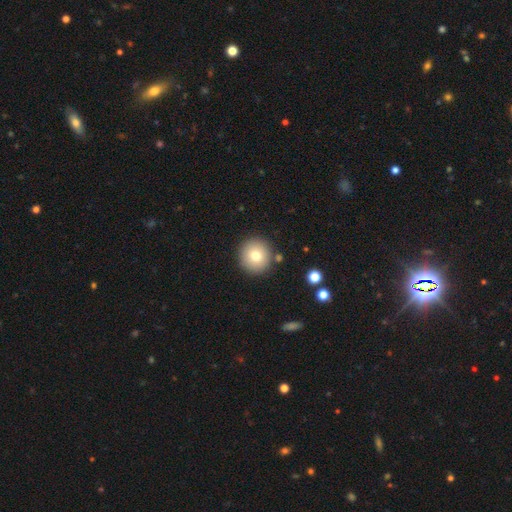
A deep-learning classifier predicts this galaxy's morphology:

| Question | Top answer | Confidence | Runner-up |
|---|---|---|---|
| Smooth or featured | smooth | 76% | featured or disk (13%) |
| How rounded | round | 94% | in between (5%) |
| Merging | none | 87% | minor disturbance (7%) |